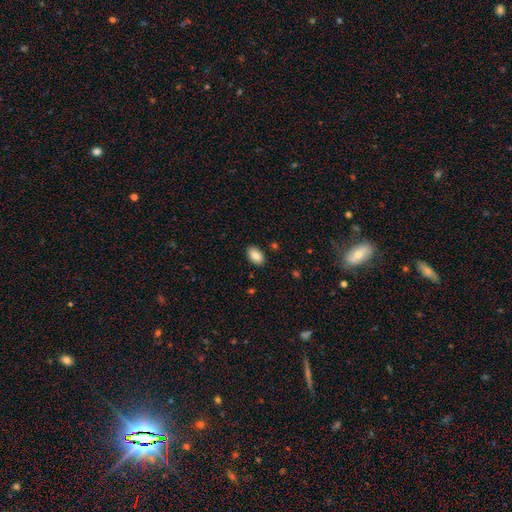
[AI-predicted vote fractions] Smooth or featured? smooth (85%)
How rounded? in between (92%)
Merging? none (88%)